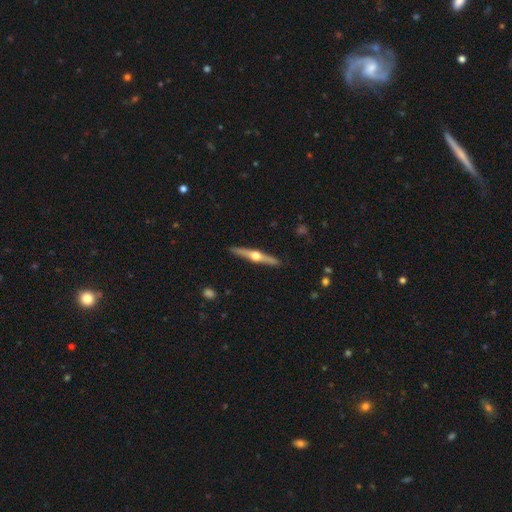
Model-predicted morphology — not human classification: A featured or disk galaxy (79%) viewed edge-on (98%) with a rounded central bulge (96%). Merging: none (91%).